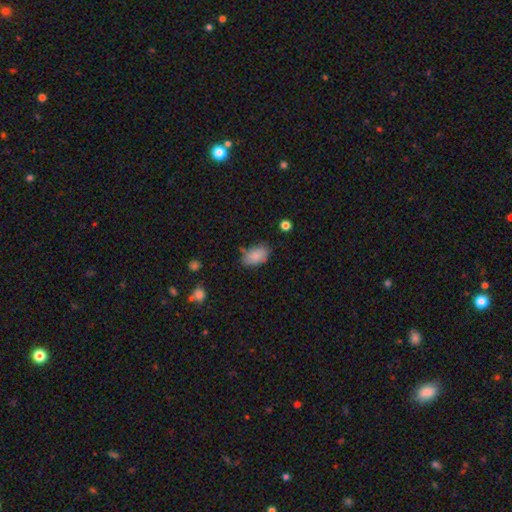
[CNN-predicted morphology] smooth_or_featured: smooth (p=0.86) [alt: star or artifact p=0.07]
how_rounded: in between (p=0.91) [alt: round p=0.07]
merging: none (p=0.71) [alt: minor disturbance p=0.21]